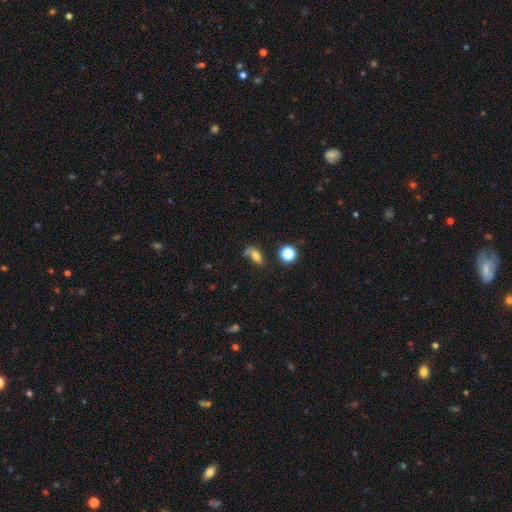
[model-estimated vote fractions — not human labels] Morphology: type=smooth (68%); roundness=in between (76%); merging=none (47%).